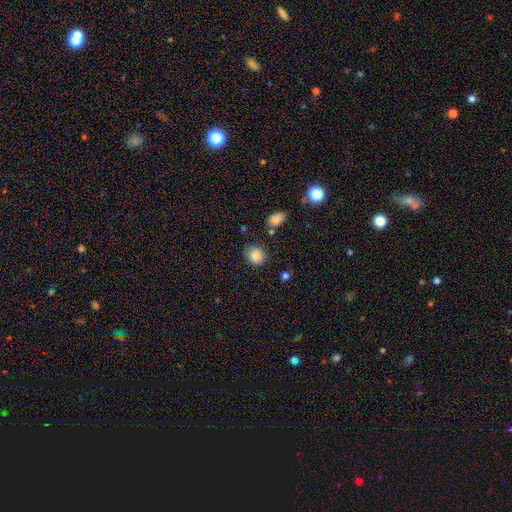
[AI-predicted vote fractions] smooth-or-featured: smooth: 84% | star or artifact: 10% | featured or disk: 6%
  how-rounded: round: 70% | in between: 29% | cigar-shaped: 1%
  merging: none: 79% | minor disturbance: 14% | merger: 3% | major disturbance: 3%